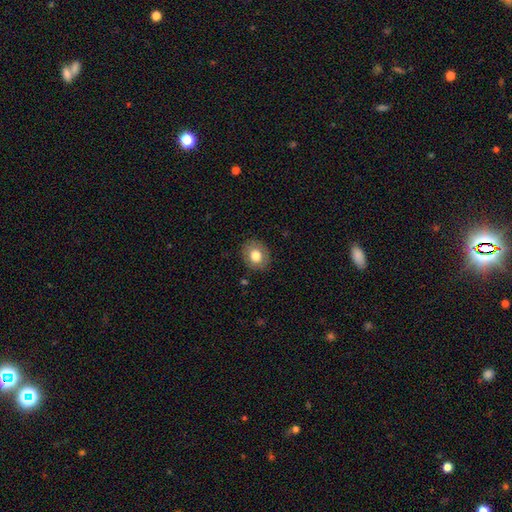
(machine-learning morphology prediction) Smooth or featured: smooth — 76% (featured or disk — 16%)
How rounded: round — 67% (in between — 32%)
Merging: none — 86% (minor disturbance — 10%)